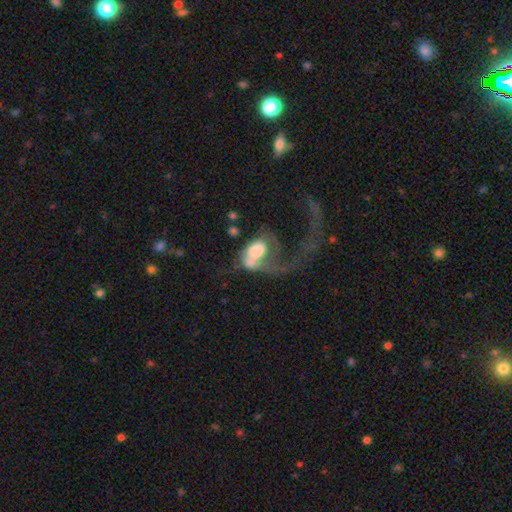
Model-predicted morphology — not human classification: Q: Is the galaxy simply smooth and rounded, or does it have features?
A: featured or disk — 58%.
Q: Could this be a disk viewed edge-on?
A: no — 97%.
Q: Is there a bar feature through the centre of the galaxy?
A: no — 71%.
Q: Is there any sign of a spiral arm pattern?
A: yes — 61%.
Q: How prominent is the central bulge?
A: large — 42%.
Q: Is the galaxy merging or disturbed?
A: major disturbance — 55%.